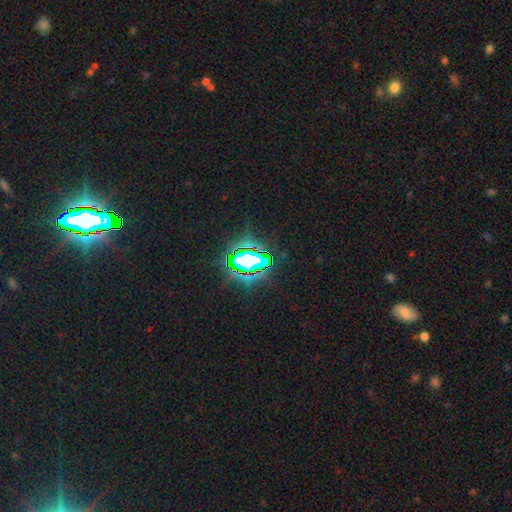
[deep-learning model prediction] The model was most divided on "smooth or featured": star or artifact: 73%, smooth: 16%, featured or disk: 11%.